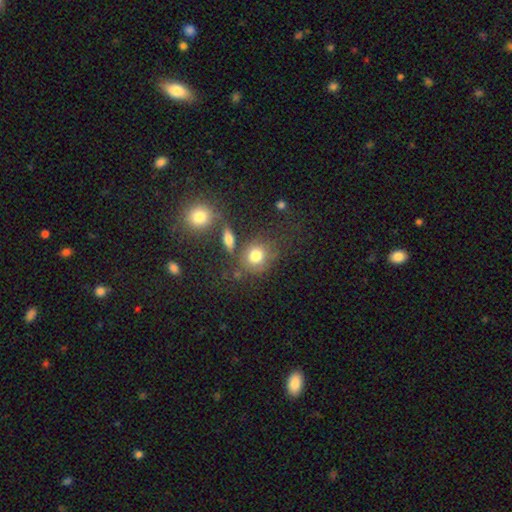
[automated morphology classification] smooth 77%, featured or disk 12%, star or artifact 11%. Down the decision tree: how rounded — round (69%); merging — none (61%).